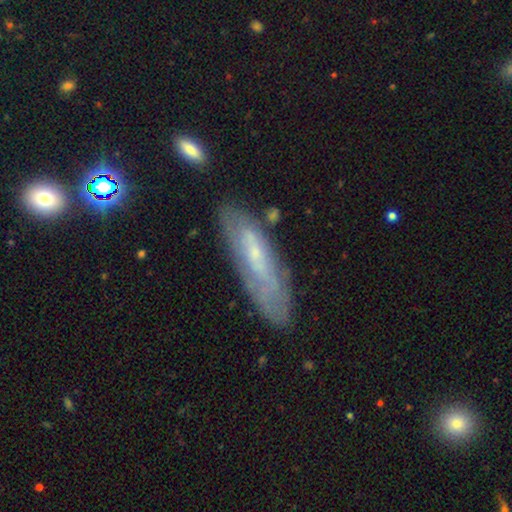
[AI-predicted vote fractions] Smooth or featured: featured or disk — 58% (smooth — 33%)
Edge-on disk: no — 67% (yes — 33%)
Merging: none — 71% (minor disturbance — 20%)